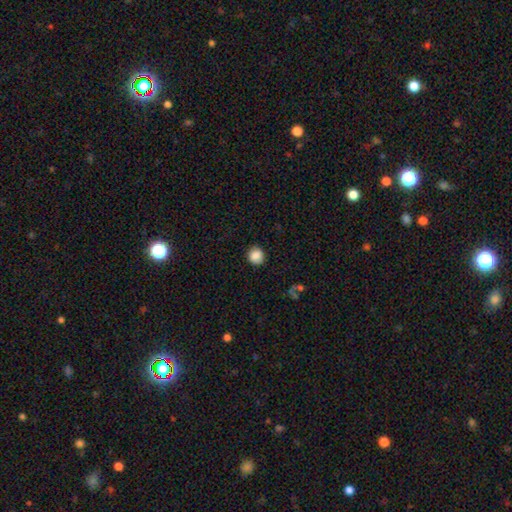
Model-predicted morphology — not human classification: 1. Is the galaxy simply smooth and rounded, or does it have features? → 86% smooth, 9% star or artifact, 4% featured or disk.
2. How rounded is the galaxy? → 89% round, 10% in between, 1% cigar-shaped.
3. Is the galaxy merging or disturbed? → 90% none, 7% minor disturbance, 2% major disturbance, 1% merger.